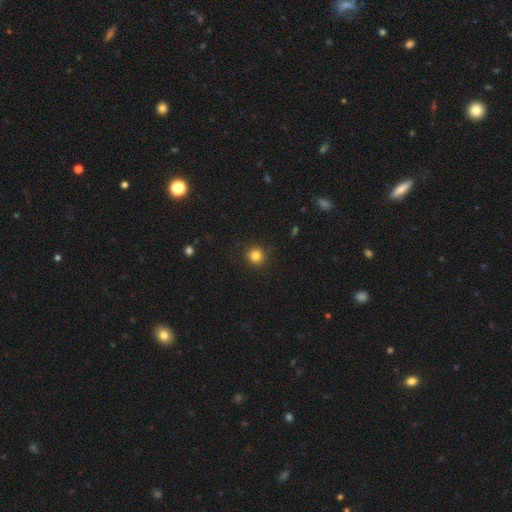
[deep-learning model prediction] This appears to be a smooth galaxy with no disk features (83%) that is round (92%). Merging: none (90%).